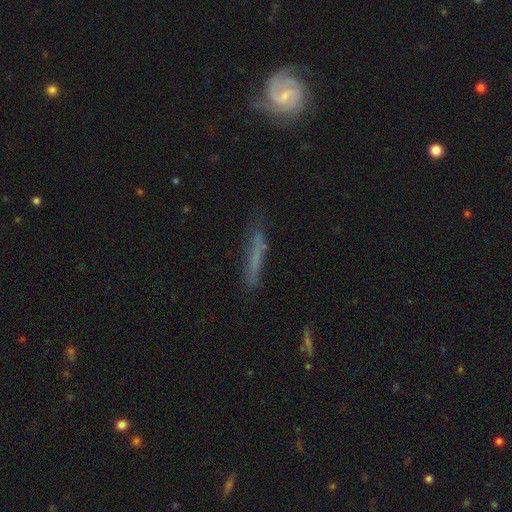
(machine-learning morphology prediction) A smooth galaxy with no disk features (57%) that is cigar-shaped (92%).

Vote fractions:
- Smooth or featured? smooth: 57% / featured or disk: 31% / star or artifact: 12%
- How rounded? cigar-shaped: 92% / in between: 7% / round: 2%
- Merging? none: 68% / minor disturbance: 21% / major disturbance: 8% / merger: 3%